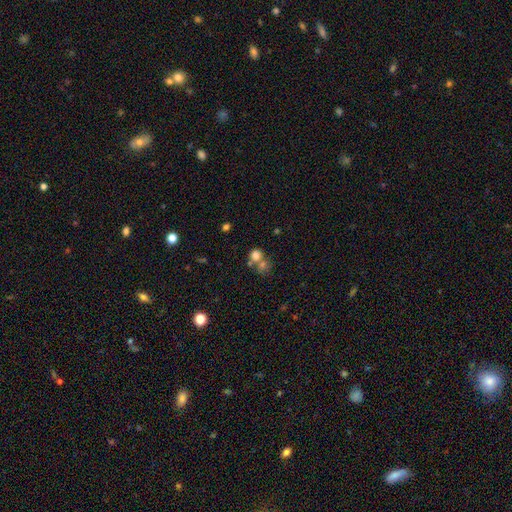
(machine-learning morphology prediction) Smooth or featured: smooth — 74% (star or artifact — 15%)
How rounded: round — 76% (in between — 23%)
Merging: merger — 47% (none — 40%)